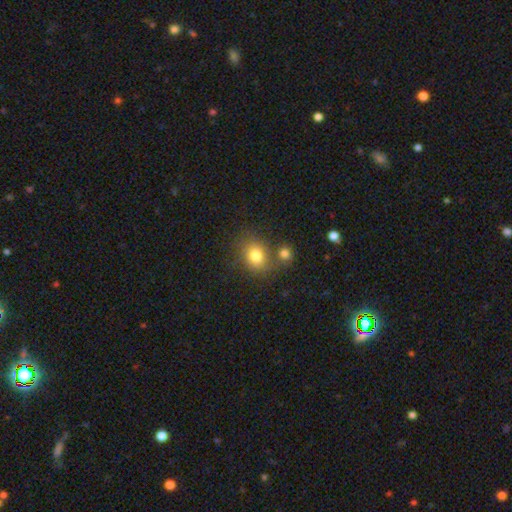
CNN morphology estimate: This appears to be a smooth galaxy with no disk features (78%) that is round (61%). Merging: none (60%).